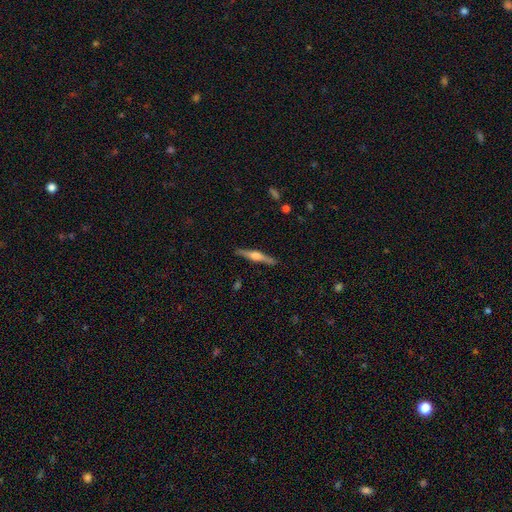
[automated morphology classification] Smooth or featured: featured or disk — 71% (smooth — 23%)
Edge-on disk: yes — 98% (no — 2%)
Edge-on bulge: rounded — 86% (boxy — 10%)
Merging: none — 89% (minor disturbance — 8%)